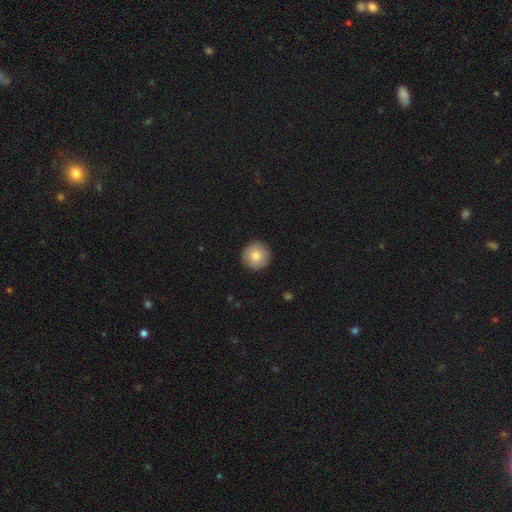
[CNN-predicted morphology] This is clearly a smooth galaxy (84%). How rounded: clearly round (95%). Merging: clearly none (92%).